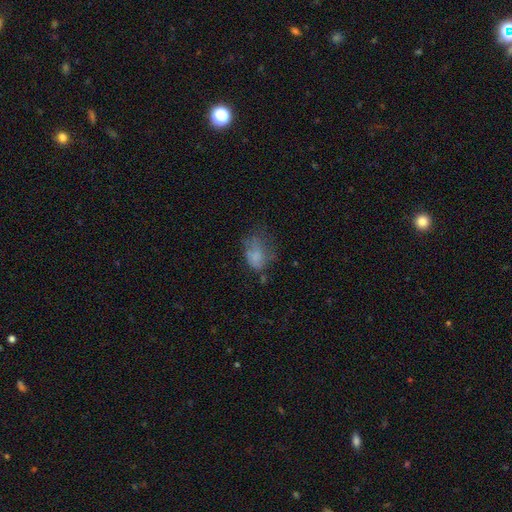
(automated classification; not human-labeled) Smooth or featured?
  - smooth: 61% *
  - featured or disk: 26%
  - star or artifact: 13%
How rounded?
  - in between: 76% *
  - round: 22%
  - cigar-shaped: 2%
Merging?
  - major disturbance: 34% *
  - none: 32%
  - minor disturbance: 28%
  - merger: 5%